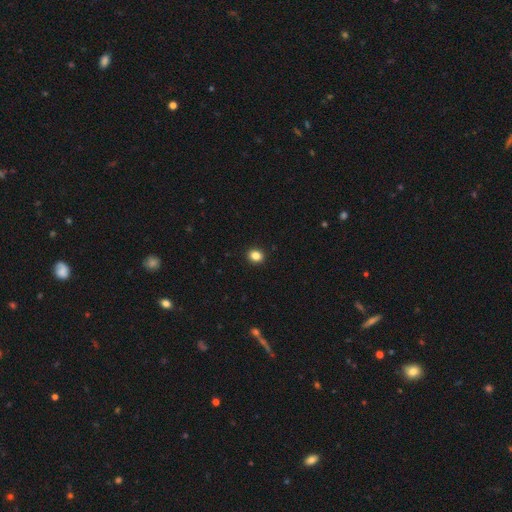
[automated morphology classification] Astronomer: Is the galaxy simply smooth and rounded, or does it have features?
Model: smooth — 85%.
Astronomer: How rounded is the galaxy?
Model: round — 67%.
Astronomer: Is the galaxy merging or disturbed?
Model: none — 93%.